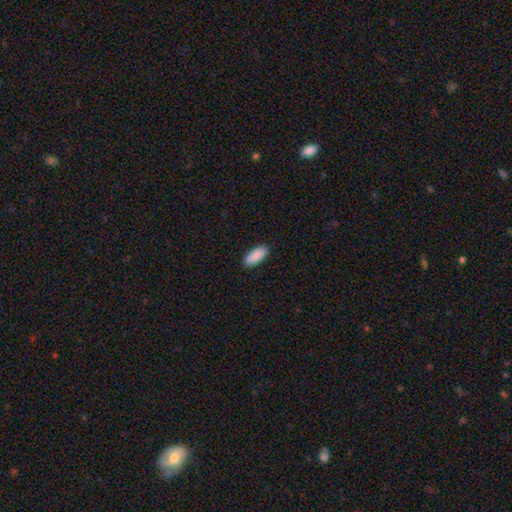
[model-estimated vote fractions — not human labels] smooth-or-featured: smooth: 91% | star or artifact: 6% | featured or disk: 4%
  how-rounded: in between: 85% | cigar-shaped: 13% | round: 2%
  merging: none: 90% | minor disturbance: 7% | major disturbance: 2% | merger: 1%